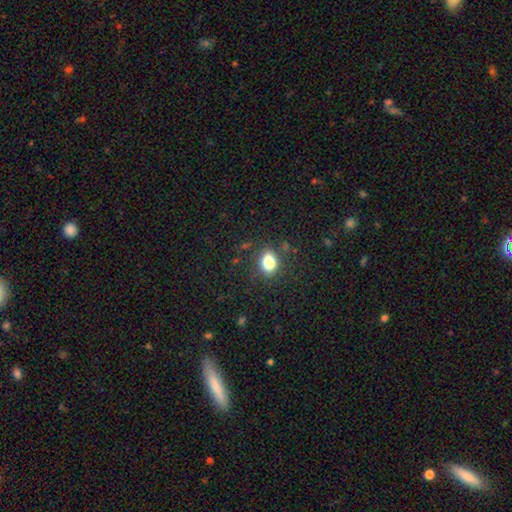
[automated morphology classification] Smooth or featured? smooth (49%)
Merging? none (85%)